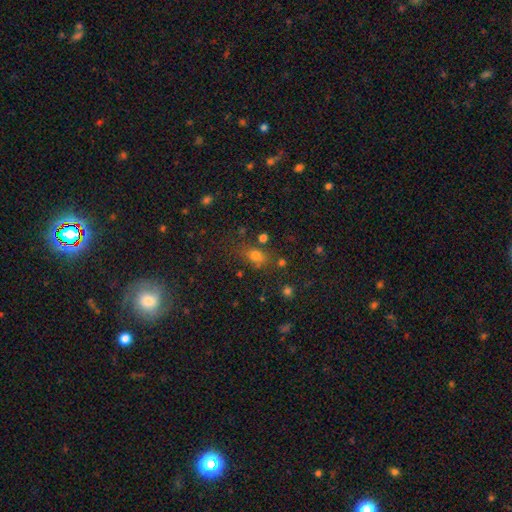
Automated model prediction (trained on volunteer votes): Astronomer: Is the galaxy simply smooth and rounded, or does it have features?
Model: smooth — 72%.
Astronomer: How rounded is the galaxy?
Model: in between — 58% (runner-up: round, 37%).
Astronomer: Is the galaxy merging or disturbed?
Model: none — 64%.